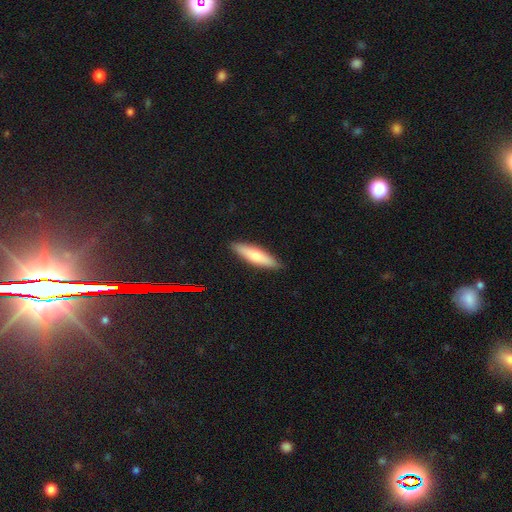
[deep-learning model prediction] Smooth or featured: smooth — 67% (featured or disk — 27%)
How rounded: cigar-shaped — 72% (in between — 27%)
Merging: none — 89% (minor disturbance — 9%)